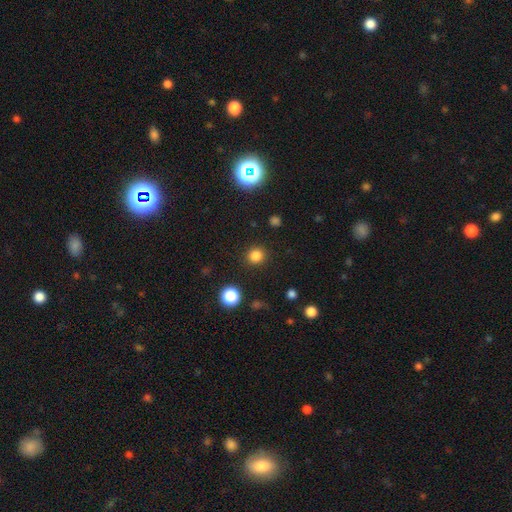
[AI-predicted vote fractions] Morphology: type=smooth (82%); roundness=round (91%); merging=none (90%).